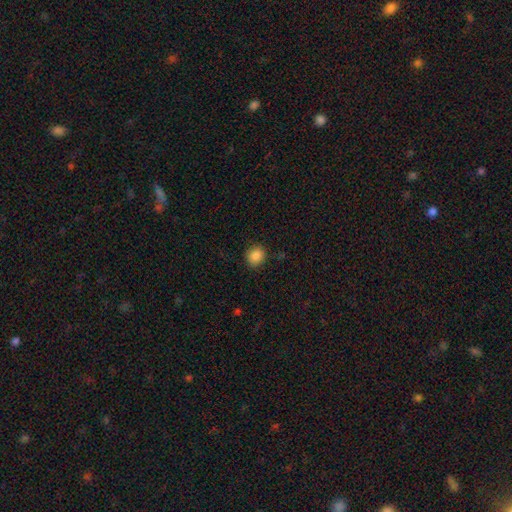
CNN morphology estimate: type=smooth (87%); roundness=round (74%); merging=none (88%).